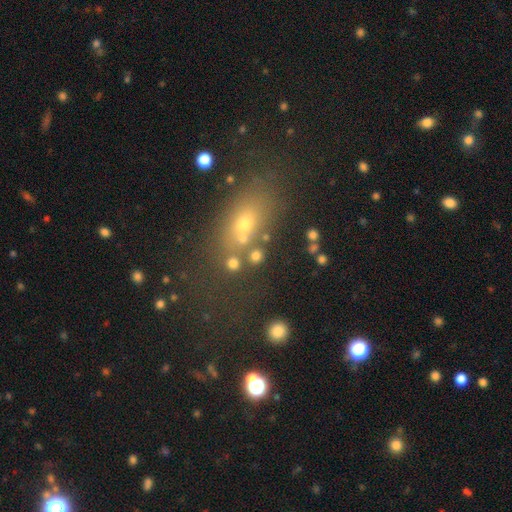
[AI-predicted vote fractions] Morphology: type=smooth (73%); roundness=round (73%); merging=none (69%).